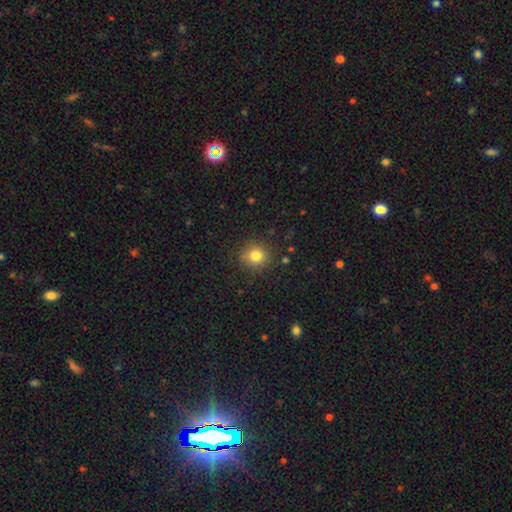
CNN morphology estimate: smooth 81%, star or artifact 13%, featured or disk 6%. Down the decision tree: how rounded — round (86%); merging — none (86%).